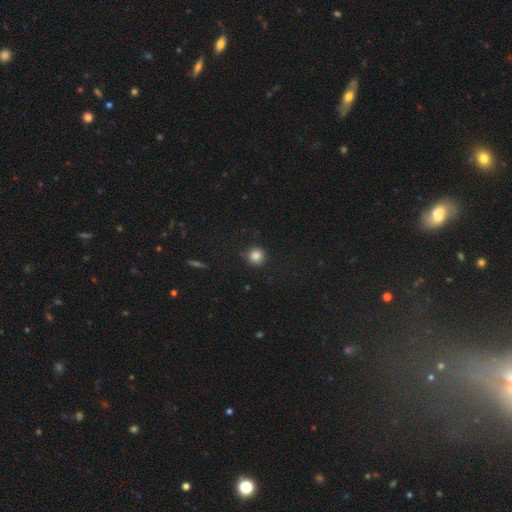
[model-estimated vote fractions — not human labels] Smooth or featured? Predicted: smooth (p=0.85). How rounded? Predicted: round (p=0.93). Merging? Predicted: none (p=0.87).